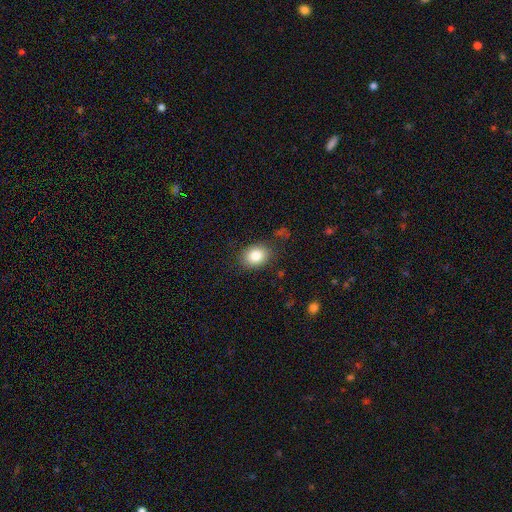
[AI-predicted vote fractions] This is clearly a smooth galaxy (84%). How rounded: possibly in between (57%). Merging: clearly none (82%).